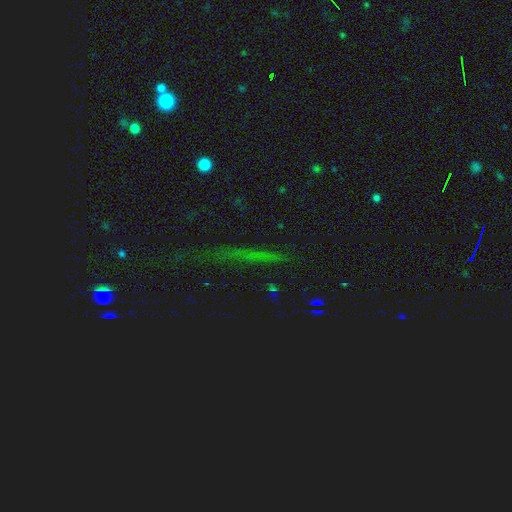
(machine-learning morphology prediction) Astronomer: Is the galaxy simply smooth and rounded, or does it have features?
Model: star or artifact — 70%.